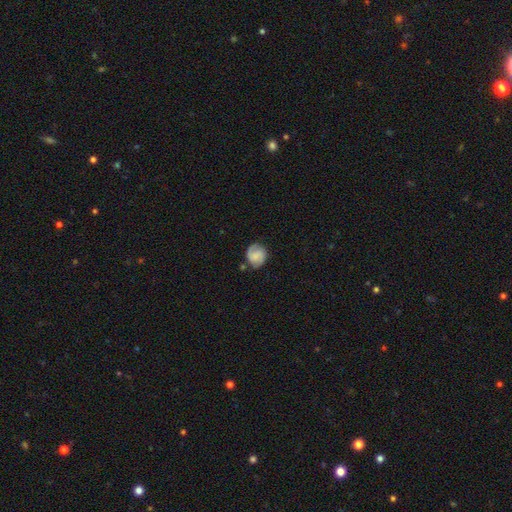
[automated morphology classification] Smooth or featured?
  - featured or disk: 47% *
  - smooth: 45%
  - star or artifact: 8%
Merging?
  - none: 66% *
  - minor disturbance: 22%
  - major disturbance: 8%
  - merger: 4%